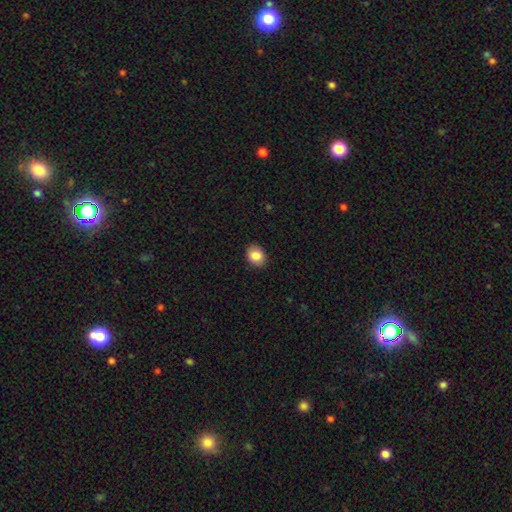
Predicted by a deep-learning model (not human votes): A smooth galaxy with no disk features (86%) that is in between round and cigar-shaped (51%).

Vote fractions:
- Smooth or featured? smooth: 86% / star or artifact: 8% / featured or disk: 6%
- How rounded? in between: 51% / round: 48% / cigar-shaped: 1%
- Merging? none: 89% / minor disturbance: 8% / major disturbance: 2% / merger: 1%